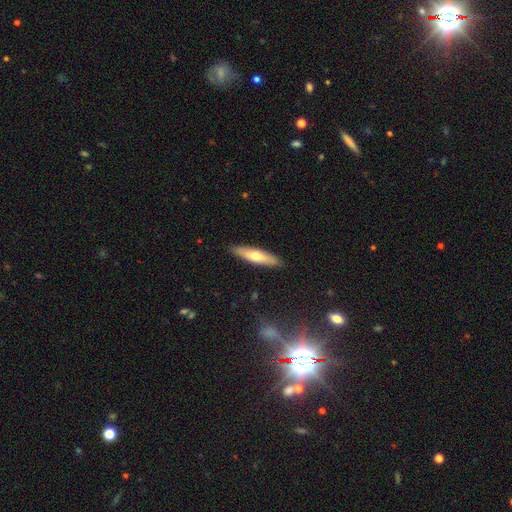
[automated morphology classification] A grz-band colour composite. It shows a smooth galaxy with no disk features (56%) that is cigar-shaped (73%). Merging: none (89%).